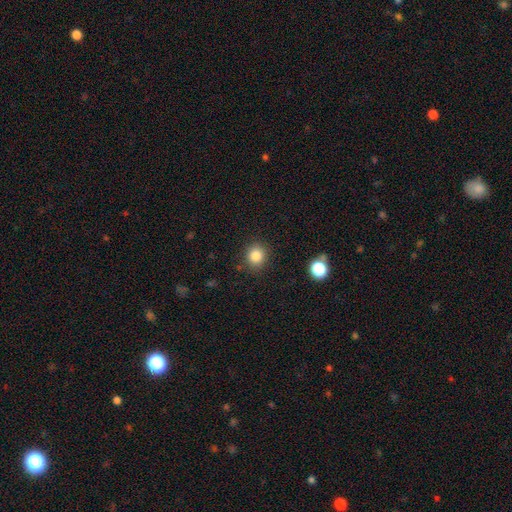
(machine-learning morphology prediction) The model was most divided on "how rounded": round: 80%, in between: 19%, cigar-shaped: 1%. More confident: merging — none (87%); smooth or featured — smooth (84%).